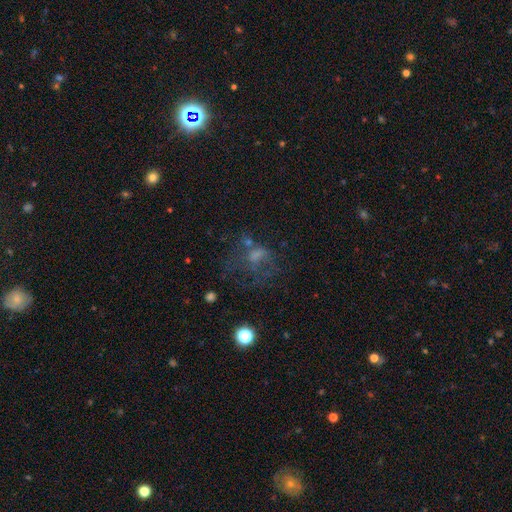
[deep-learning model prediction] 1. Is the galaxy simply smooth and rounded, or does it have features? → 38% smooth, 37% featured or disk, 24% star or artifact.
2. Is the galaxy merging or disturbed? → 39% major disturbance, 36% none, 16% minor disturbance, 9% merger.